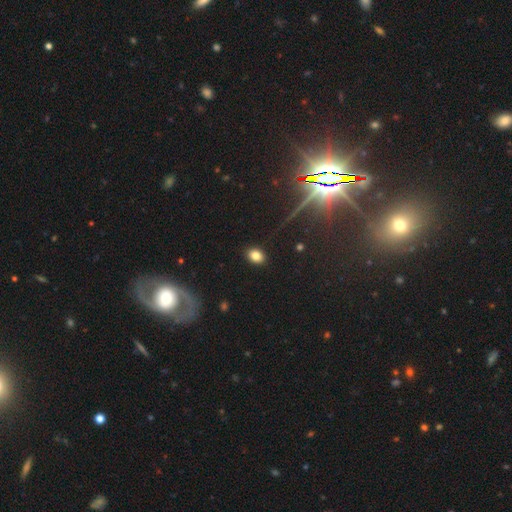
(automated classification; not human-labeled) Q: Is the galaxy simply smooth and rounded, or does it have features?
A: smooth — 81%.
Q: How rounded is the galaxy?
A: in between — 71%.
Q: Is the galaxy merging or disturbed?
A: none — 89%.